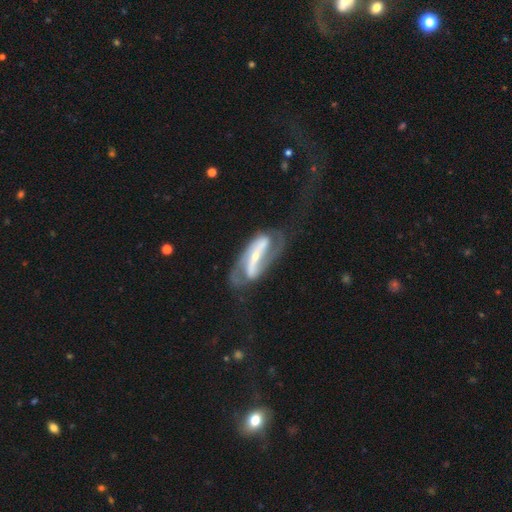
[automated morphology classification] type=featured or disk (88%); edge-on=no (91%); bar=strong (75%); spiral arms=yes (92%); winding=medium (43%); arm count=2 (89%); bulge=small (63%); merging=none (57%).